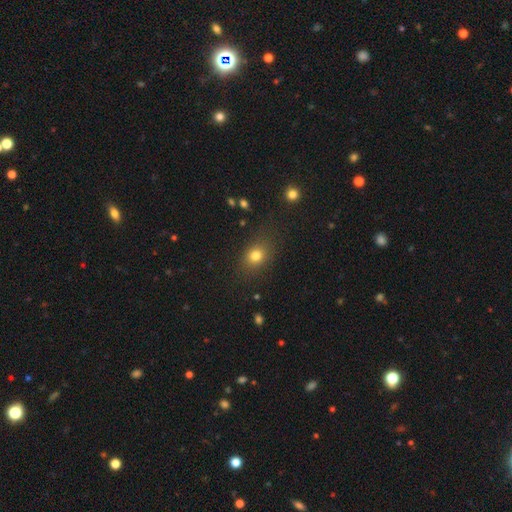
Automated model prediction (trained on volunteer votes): A smooth galaxy with no disk features (79%) that is in between round and cigar-shaped (53%). Merging: none (79%).